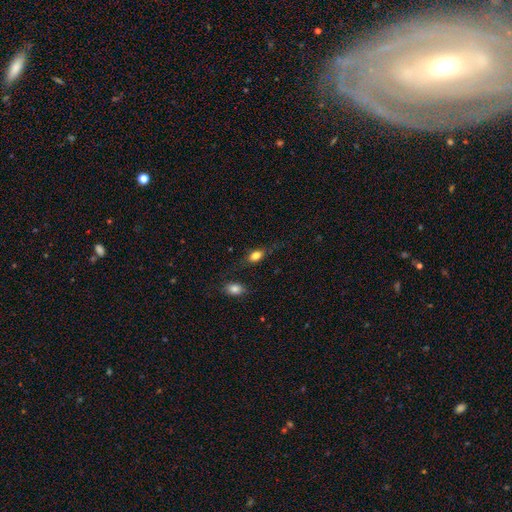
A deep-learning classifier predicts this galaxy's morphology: Smooth or featured: smooth — 78% (featured or disk — 13%)
How rounded: in between — 80% (round — 12%)
Merging: none — 67% (minor disturbance — 20%)